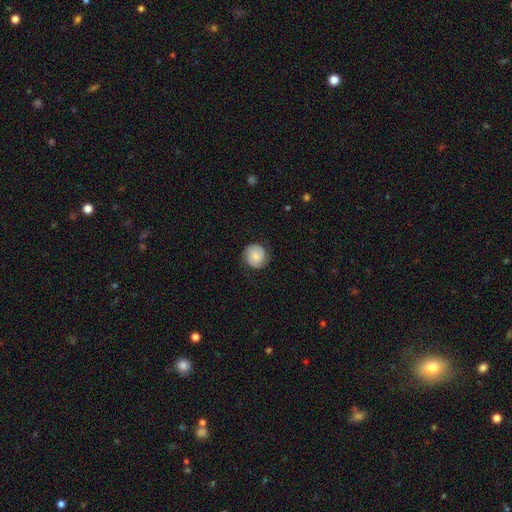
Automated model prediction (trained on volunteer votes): This is likely a smooth galaxy (63%). How rounded: clearly round (89%). Merging: clearly none (82%).